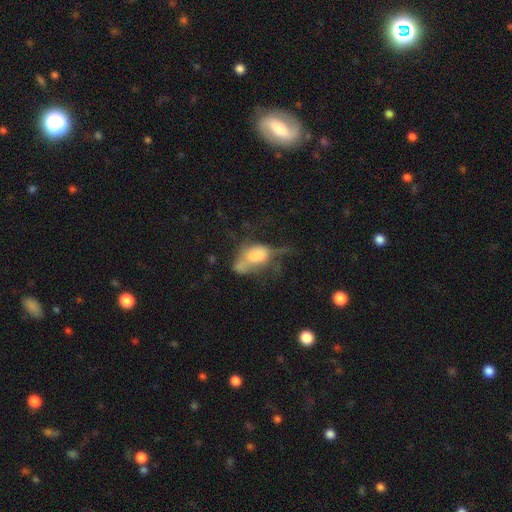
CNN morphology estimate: Smooth or featured?
  - smooth: 54% *
  - featured or disk: 34%
  - star or artifact: 11%
How rounded?
  - in between: 83% *
  - round: 11%
  - cigar-shaped: 6%
Merging?
  - major disturbance: 42% *
  - merger: 25%
  - none: 17%
  - minor disturbance: 17%